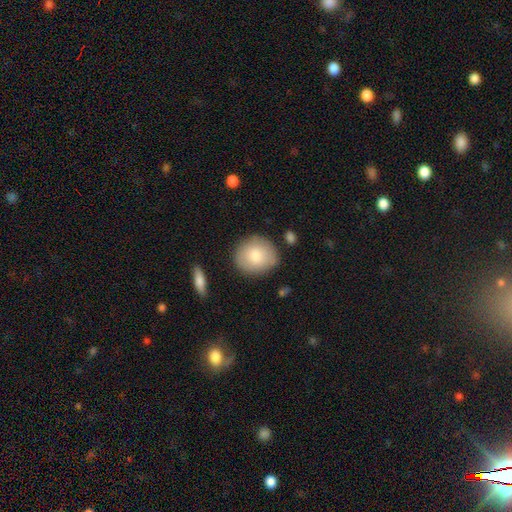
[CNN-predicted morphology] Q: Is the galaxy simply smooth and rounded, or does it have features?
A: smooth — 82%.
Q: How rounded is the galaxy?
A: round — 84%.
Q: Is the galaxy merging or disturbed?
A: none — 81%.